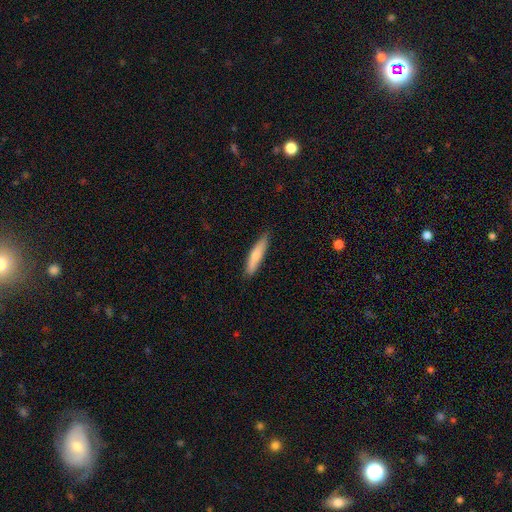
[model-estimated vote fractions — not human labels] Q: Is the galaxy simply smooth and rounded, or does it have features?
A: smooth — 71%.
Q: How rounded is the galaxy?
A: cigar-shaped — 84%.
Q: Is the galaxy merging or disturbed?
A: none — 86%.